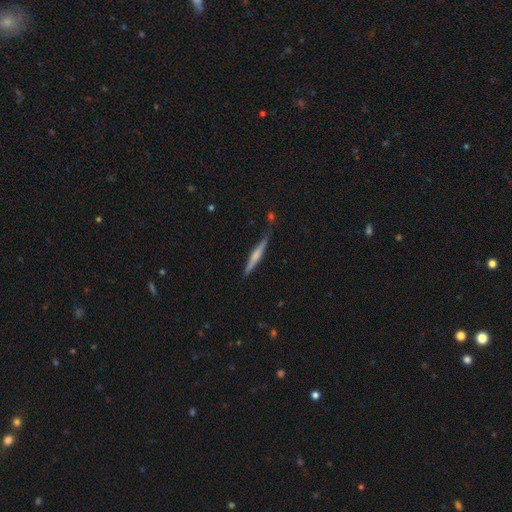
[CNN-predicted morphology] Smooth or featured? Predicted: smooth (p=0.50). Merging? Predicted: none (p=0.78).